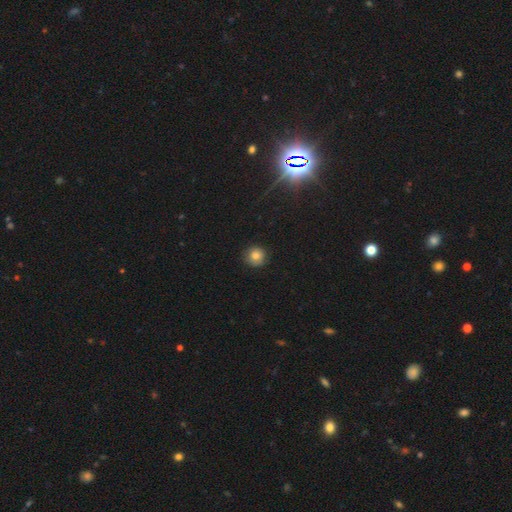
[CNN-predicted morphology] This is likely a smooth galaxy (79%). How rounded: clearly round (94%). Merging: clearly none (86%).